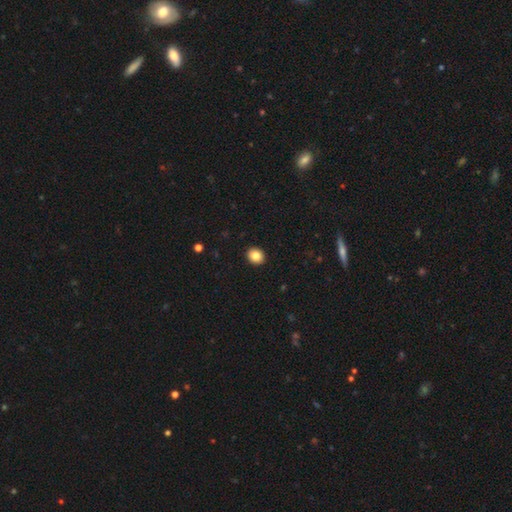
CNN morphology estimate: A smooth galaxy with no disk features (85%) that is round (66%).

Vote fractions:
- Smooth or featured? smooth: 85% / star or artifact: 9% / featured or disk: 6%
- How rounded? round: 66% / in between: 33% / cigar-shaped: 1%
- Merging? none: 93% / minor disturbance: 5% / major disturbance: 1% / merger: 1%